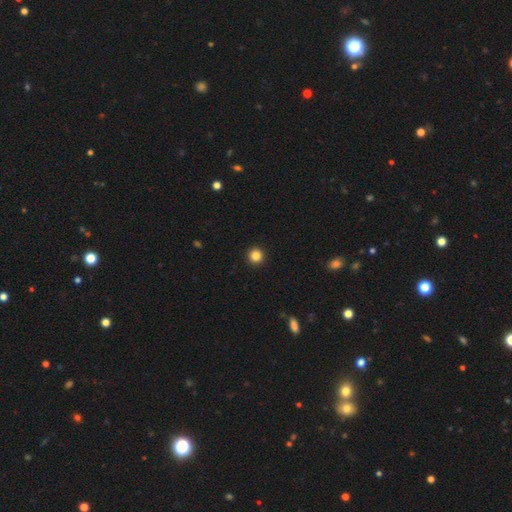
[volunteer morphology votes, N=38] smooth 95%, star or artifact 5%, featured or disk 0%. Down the decision tree: how rounded — round (97%); merging — none (97%).